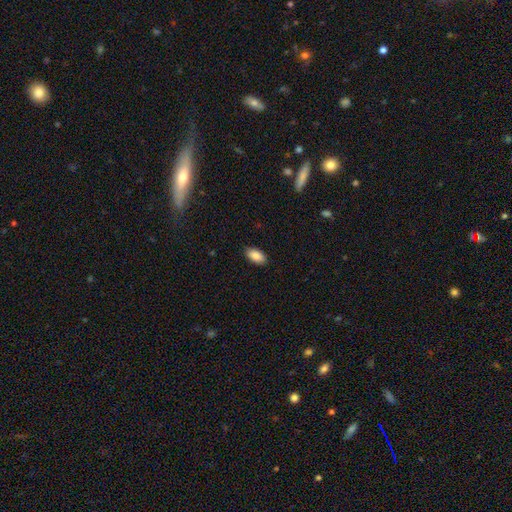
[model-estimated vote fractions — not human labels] Smooth or featured: smooth — 87% (star or artifact — 7%)
How rounded: in between — 94% (cigar-shaped — 3%)
Merging: none — 89% (minor disturbance — 9%)